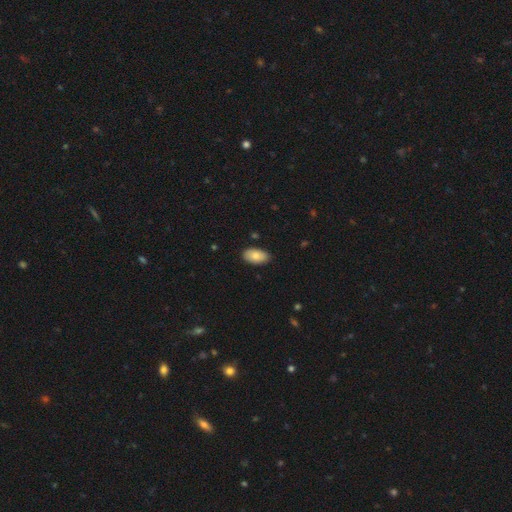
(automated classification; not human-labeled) Smooth or featured?
  - smooth: 81% *
  - featured or disk: 13%
  - star or artifact: 7%
How rounded?
  - in between: 95% *
  - round: 3%
  - cigar-shaped: 2%
Merging?
  - none: 86% *
  - minor disturbance: 11%
  - major disturbance: 2%
  - merger: 1%